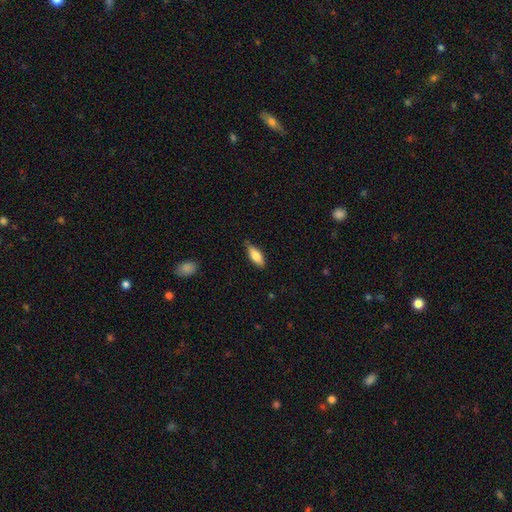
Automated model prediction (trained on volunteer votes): This is likely a smooth galaxy (77%). How rounded: likely in between (71%). Merging: likely none (78%).